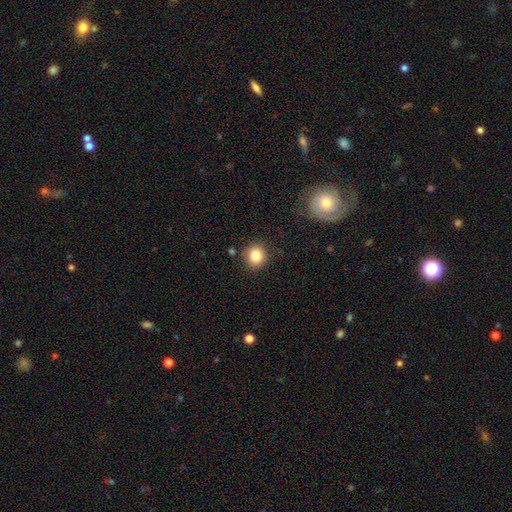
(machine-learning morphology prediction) Smooth or featured? Predicted: smooth (p=0.82). How rounded? Predicted: round (p=0.88). Merging? Predicted: none (p=0.86).